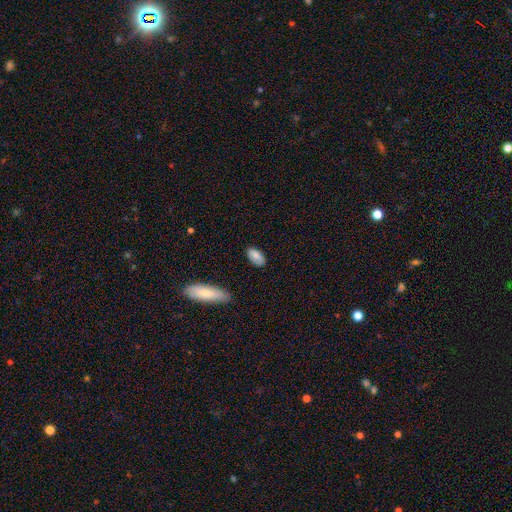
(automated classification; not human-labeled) This appears to be a smooth galaxy with no disk features (83%) that is in between round and cigar-shaped (92%). Merging: none (82%).